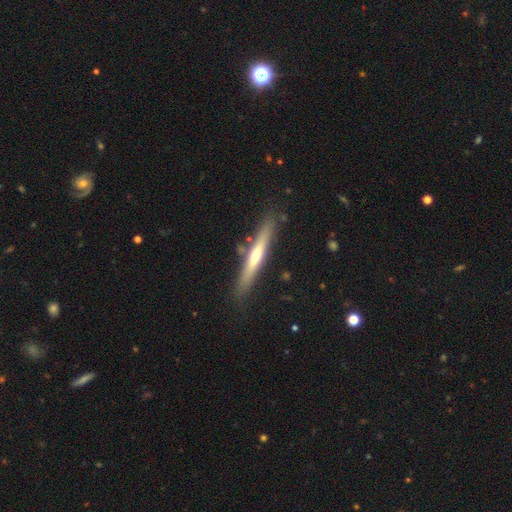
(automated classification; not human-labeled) smooth_or_featured: featured or disk (p=0.55) [alt: smooth p=0.39]
disk_edge_on: yes (p=0.93) [alt: no p=0.07]
edge_on_bulge: rounded (p=0.69) [alt: none p=0.26]
merging: none (p=0.83) [alt: minor disturbance p=0.11]